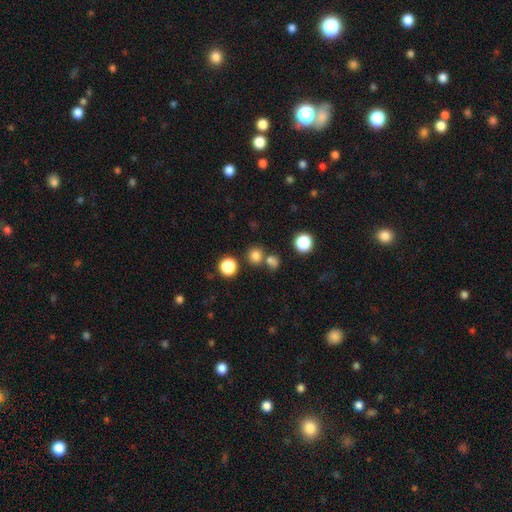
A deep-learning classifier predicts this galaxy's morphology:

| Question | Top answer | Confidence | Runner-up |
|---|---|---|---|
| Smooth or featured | smooth | 77% | star or artifact (18%) |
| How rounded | round | 86% | in between (13%) |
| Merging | none | 69% | merger (21%) |